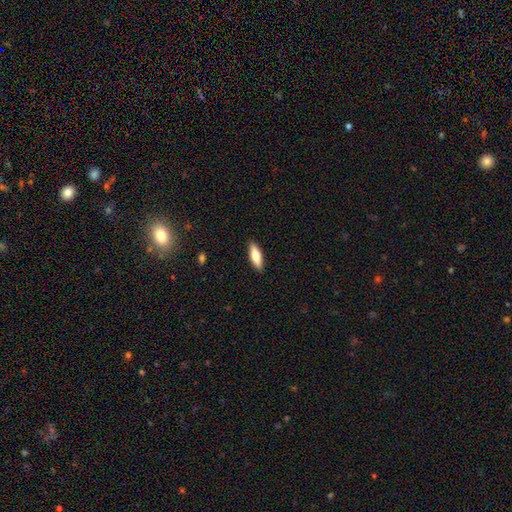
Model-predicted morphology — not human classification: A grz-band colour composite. It shows a smooth galaxy with no disk features (68%) that is in between round and cigar-shaped (55%). Merging: none (90%).